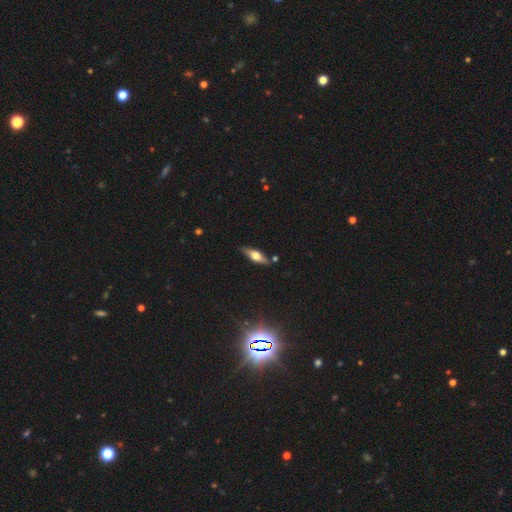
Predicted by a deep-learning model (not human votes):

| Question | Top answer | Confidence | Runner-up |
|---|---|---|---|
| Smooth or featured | featured or disk | 53% | smooth (40%) |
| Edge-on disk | yes | 89% | no (11%) |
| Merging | none | 82% | minor disturbance (13%) |